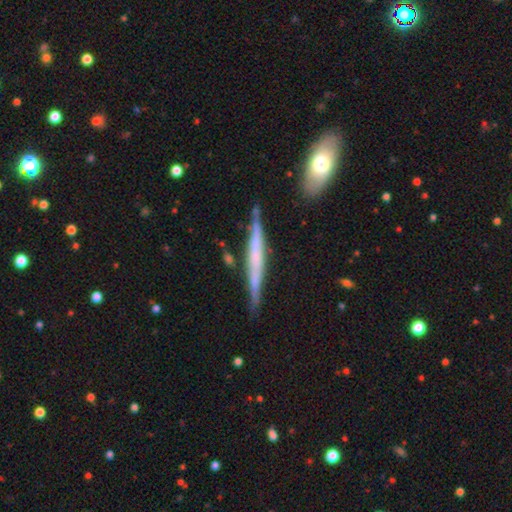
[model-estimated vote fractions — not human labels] Overall: featured or disk (60%; smooth 34%). Edge-on disk: yes (95%). Edge-on bulge: none (63%; rounded 28%). Merging: none (82%).